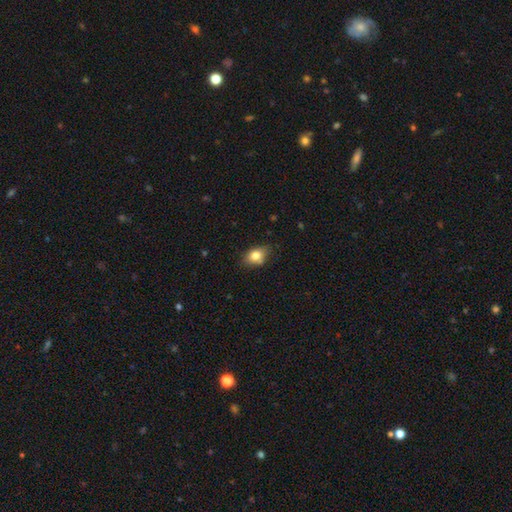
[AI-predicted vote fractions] smooth-or-featured: smooth: 79% | featured or disk: 12% | star or artifact: 9%
  how-rounded: in between: 73% | round: 25% | cigar-shaped: 2%
  merging: none: 70% | minor disturbance: 23% | major disturbance: 4% | merger: 3%